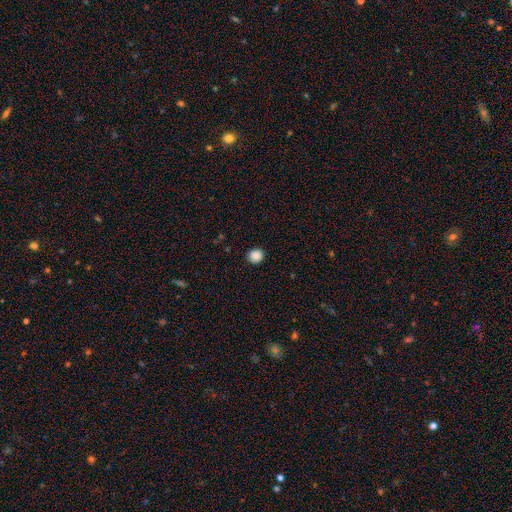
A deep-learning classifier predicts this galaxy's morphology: smooth_or_featured: smooth (p=0.88) [alt: star or artifact p=0.09]
how_rounded: round (p=0.85) [alt: in between p=0.14]
merging: none (p=0.91) [alt: minor disturbance p=0.06]